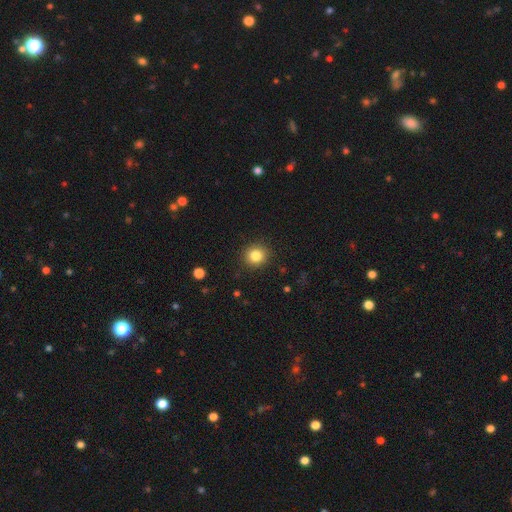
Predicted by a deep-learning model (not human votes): smooth_or_featured: smooth (p=0.83) [alt: star or artifact p=0.11]
how_rounded: round (p=0.89) [alt: in between p=0.10]
merging: none (p=0.91) [alt: minor disturbance p=0.06]